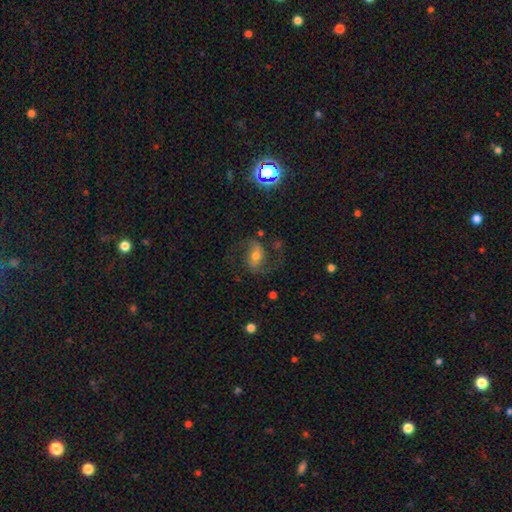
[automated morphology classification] Overall: featured or disk (71%). Edge-on disk: no (96%). Bar: weak (38%; strong 32%). Spiral arms: yes (92%). Spiral arm count: 2 (91%). Spiral winding: loose (48%; medium 42%). Bulge size: moderate (63%; small 26%). Merging: none (70%).